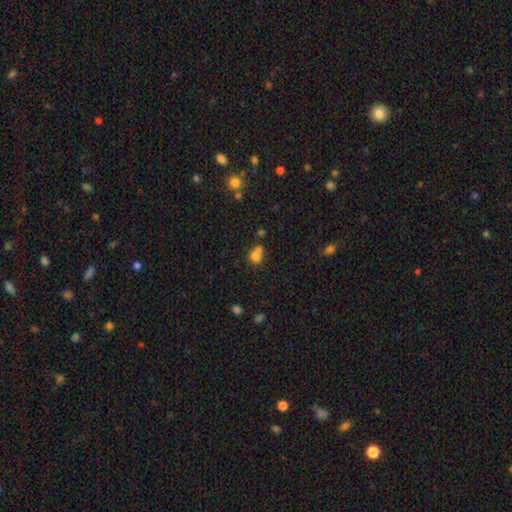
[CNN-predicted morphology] Smooth or featured?
  - smooth: 75% *
  - star or artifact: 14%
  - featured or disk: 12%
How rounded?
  - round: 75% *
  - in between: 24%
  - cigar-shaped: 1%
Merging?
  - merger: 50% *
  - none: 37%
  - minor disturbance: 9%
  - major disturbance: 4%